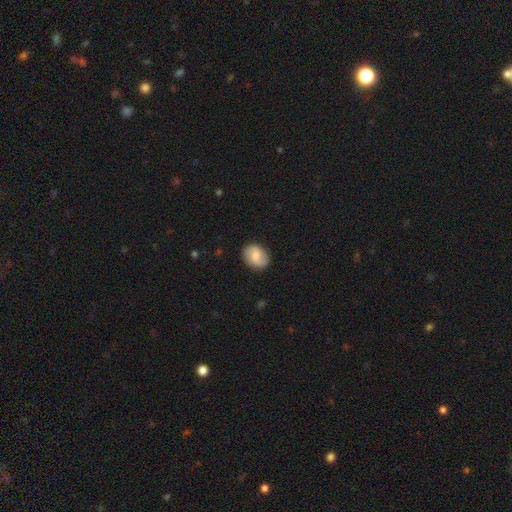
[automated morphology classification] type=smooth (59%); roundness=in between (58%); merging=none (86%).